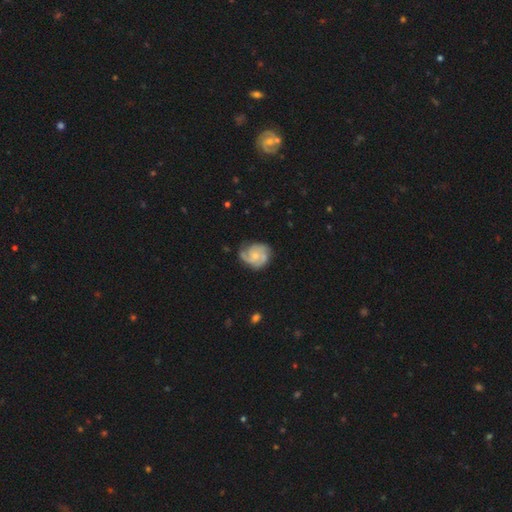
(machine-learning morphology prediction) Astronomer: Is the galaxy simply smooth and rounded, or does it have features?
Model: featured or disk — 79%.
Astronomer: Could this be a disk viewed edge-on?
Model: no — 98%.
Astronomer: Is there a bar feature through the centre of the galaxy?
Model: no — 73%.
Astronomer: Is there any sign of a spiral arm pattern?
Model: yes — 95%.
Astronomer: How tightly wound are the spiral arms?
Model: tight — 48% (runner-up: medium, 40%).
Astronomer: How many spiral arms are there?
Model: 3 — 43% (runner-up: 2, 27%).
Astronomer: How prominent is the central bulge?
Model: small — 57%.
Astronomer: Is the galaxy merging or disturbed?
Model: none — 65%.